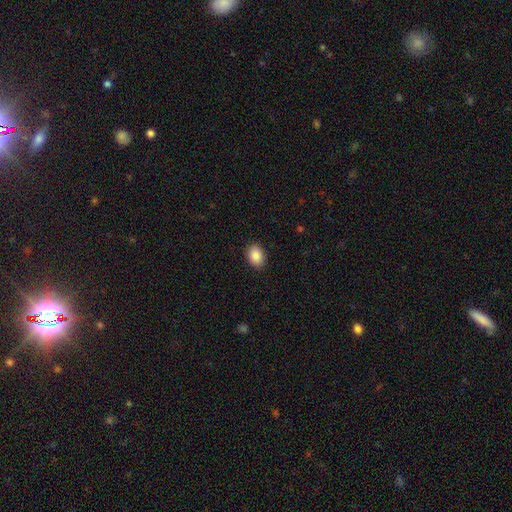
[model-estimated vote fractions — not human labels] Smooth or featured? Predicted: smooth (p=0.89). How rounded? Predicted: in between (p=0.75). Merging? Predicted: none (p=0.89).